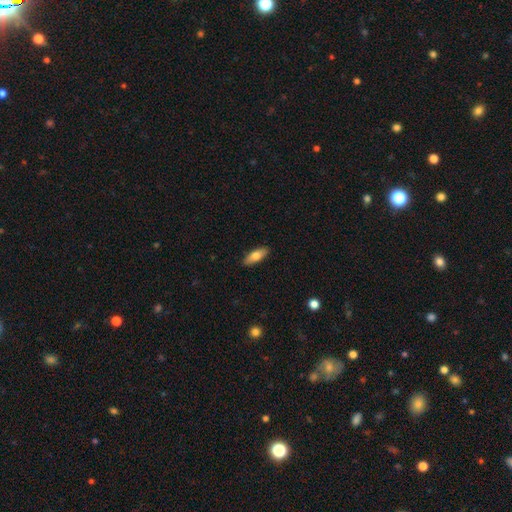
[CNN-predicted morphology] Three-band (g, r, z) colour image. It shows a smooth galaxy with no disk features (74%) that is in between round and cigar-shaped (66%). Merging: none (89%).